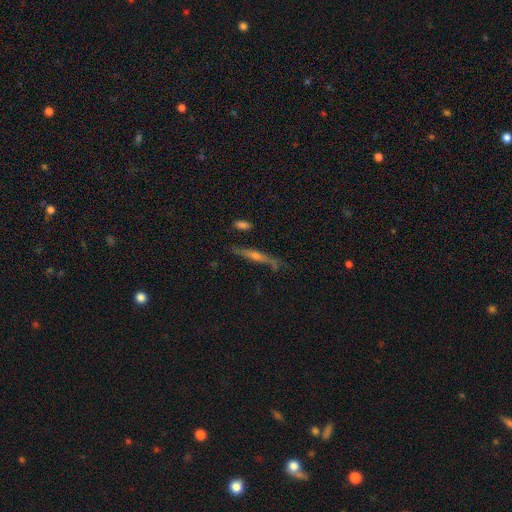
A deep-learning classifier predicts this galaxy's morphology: type=featured or disk (69%); edge-on=yes (94%); edge-on bulge=rounded (83%); merging=none (78%).